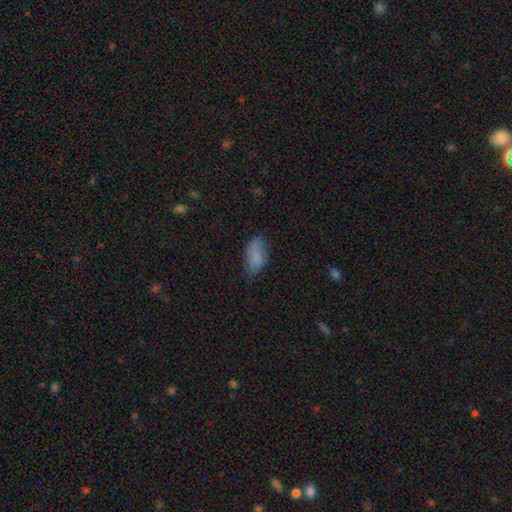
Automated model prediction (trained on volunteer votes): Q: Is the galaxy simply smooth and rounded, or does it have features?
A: smooth — 83%.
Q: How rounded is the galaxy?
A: in between — 91%.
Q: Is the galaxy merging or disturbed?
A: none — 65%.